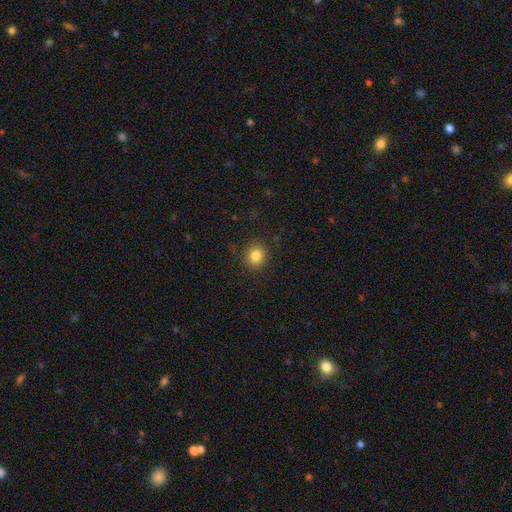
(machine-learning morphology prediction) Smooth or featured? Predicted: smooth (p=0.84). How rounded? Predicted: round (p=0.82). Merging? Predicted: none (p=0.88).